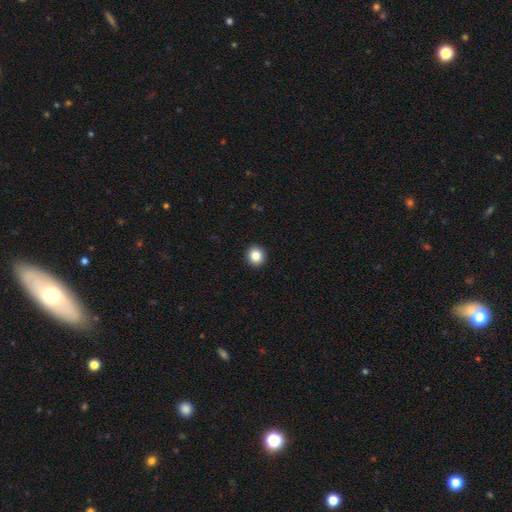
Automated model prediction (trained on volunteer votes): This is clearly a smooth galaxy (86%). How rounded: clearly round (91%). Merging: clearly none (94%).